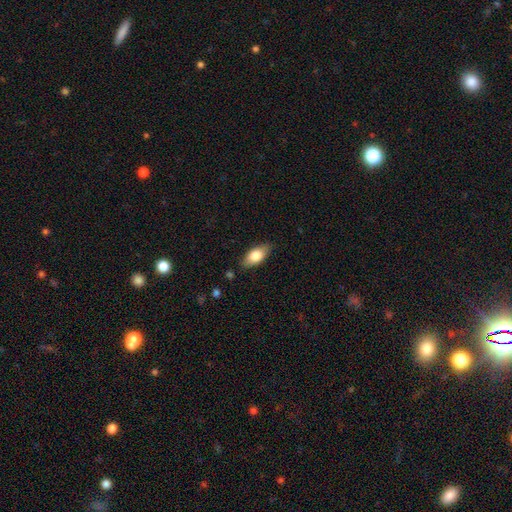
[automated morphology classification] Overall: smooth (77%). How rounded: in between (88%). Merging: none (83%).